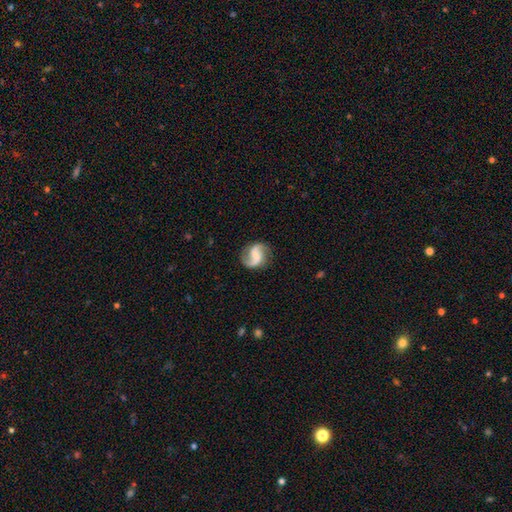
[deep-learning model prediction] Smooth or featured: featured or disk — 85% (smooth — 10%)
Edge-on disk: no — 98% (yes — 2%)
Bar: weak — 43% (no — 36%)
Spiral arms: yes — 97% (no — 3%)
Spiral winding: loose — 61% (medium — 32%)
Spiral arm count: 2 — 91% (1 — 4%)
Bulge size: none — 47% (small — 28%)
Merging: none — 80% (minor disturbance — 13%)